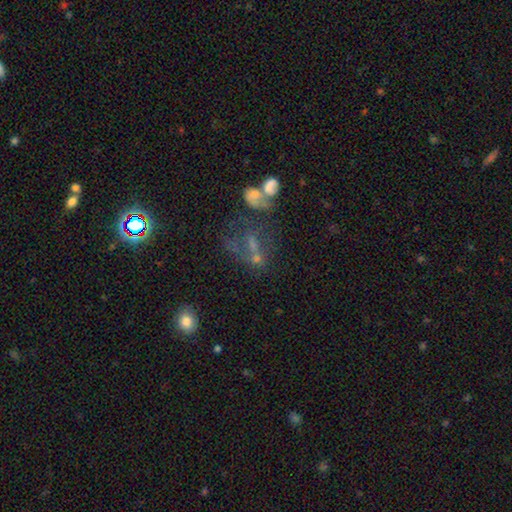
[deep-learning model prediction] Overall: featured or disk (39%; smooth 34%). Merging: merger (33%; none 27%).